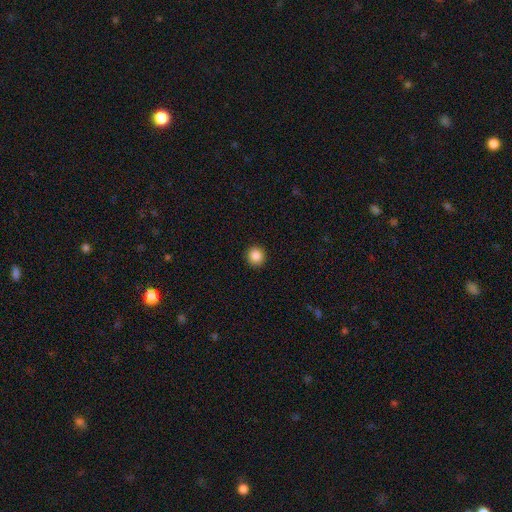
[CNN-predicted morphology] smooth_or_featured: smooth (p=0.86) [alt: star or artifact p=0.10]
how_rounded: round (p=0.94) [alt: in between p=0.05]
merging: none (p=0.93) [alt: minor disturbance p=0.04]